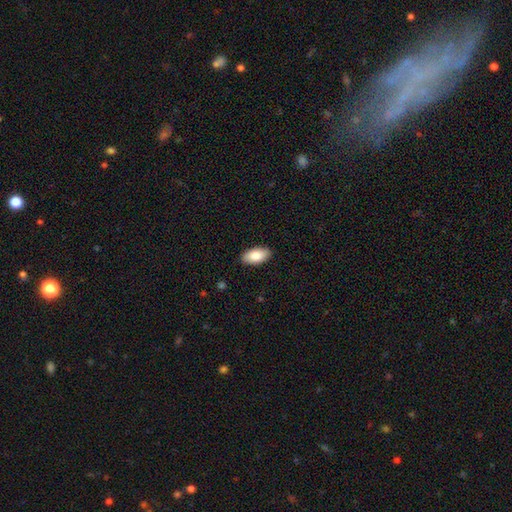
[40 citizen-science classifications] Volunteers were most divided on "smooth or featured": smooth: 80%, featured or disk: 10%, star or artifact: 10%. More confident: how rounded — in between (100%); merging — none (92%).